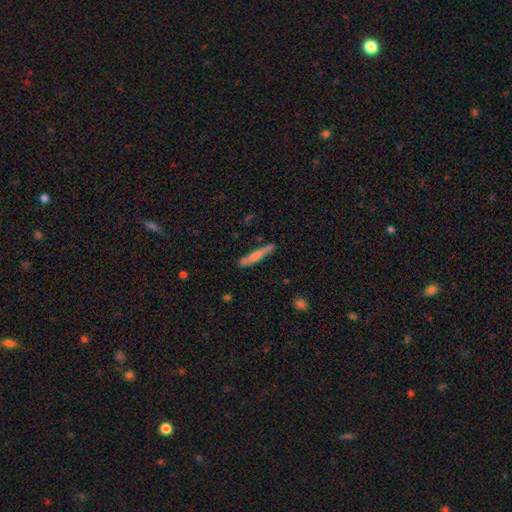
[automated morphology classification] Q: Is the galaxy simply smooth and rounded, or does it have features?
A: smooth — 58%.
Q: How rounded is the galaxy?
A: cigar-shaped — 93%.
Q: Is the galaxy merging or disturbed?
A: none — 77%.